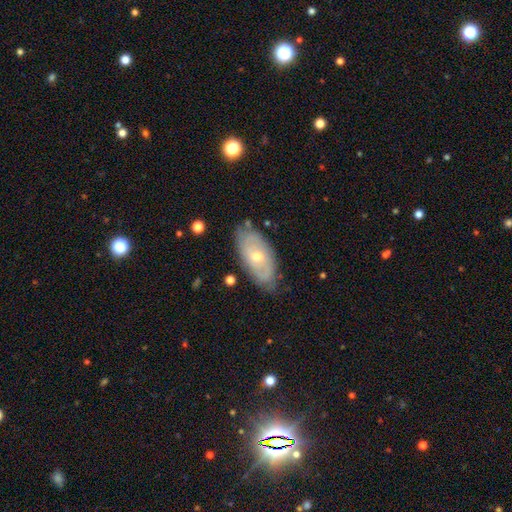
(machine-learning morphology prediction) type=featured or disk (61%); edge-on=no (85%); bar=no (81%); spiral arms=yes (71%); bulge=small (53%); merging=none (82%).